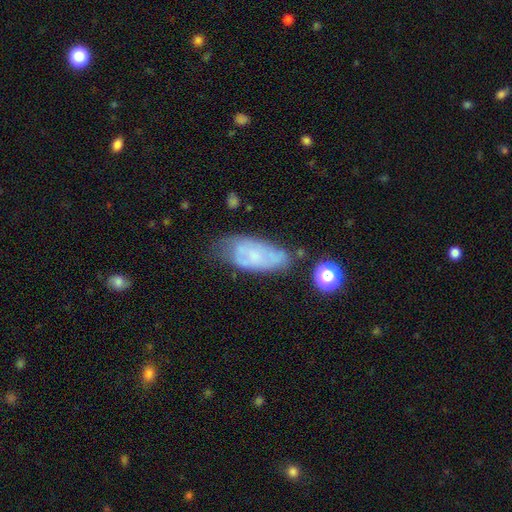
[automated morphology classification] This appears to be a featured or disk galaxy (46%). Merging: none (45%).